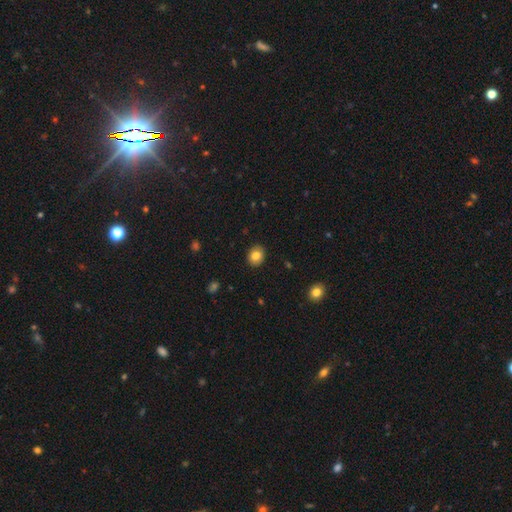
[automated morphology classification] Smooth or featured?
  - smooth: 82% *
  - star or artifact: 9%
  - featured or disk: 9%
How rounded?
  - round: 57% *
  - in between: 42%
  - cigar-shaped: 1%
Merging?
  - none: 90% *
  - minor disturbance: 7%
  - major disturbance: 2%
  - merger: 1%